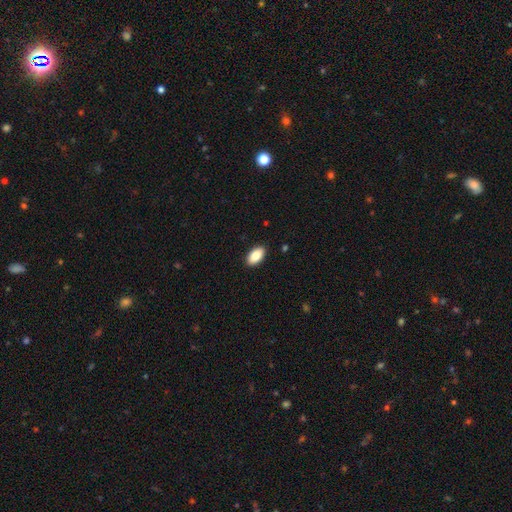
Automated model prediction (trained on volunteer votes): The model was most divided on "smooth or featured": smooth: 87%, star or artifact: 7%, featured or disk: 6%. More confident: how rounded — in between (94%); merging — none (90%).